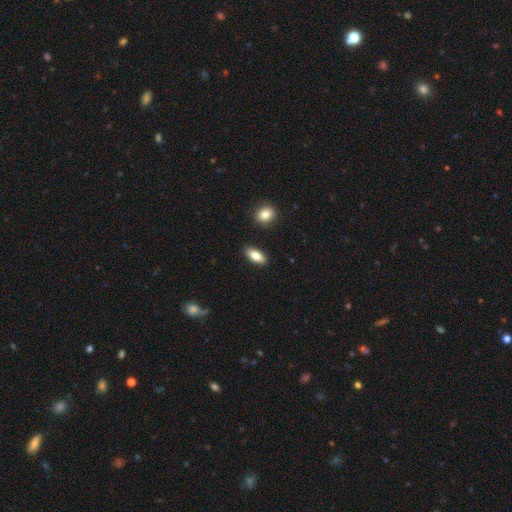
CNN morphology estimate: A smooth galaxy with no disk features (82%) that is in between round and cigar-shaped (87%). Merging: none (88%).